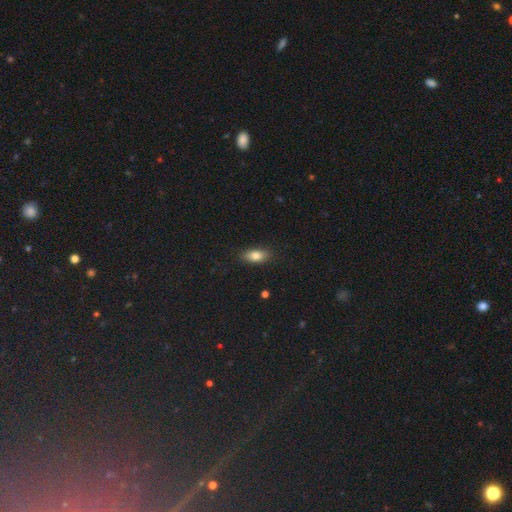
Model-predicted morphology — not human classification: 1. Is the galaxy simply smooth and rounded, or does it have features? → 80% smooth, 12% featured or disk, 9% star or artifact.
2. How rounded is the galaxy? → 86% in between, 8% cigar-shaped, 6% round.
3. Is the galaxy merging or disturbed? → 86% none, 10% minor disturbance, 2% major disturbance, 1% merger.